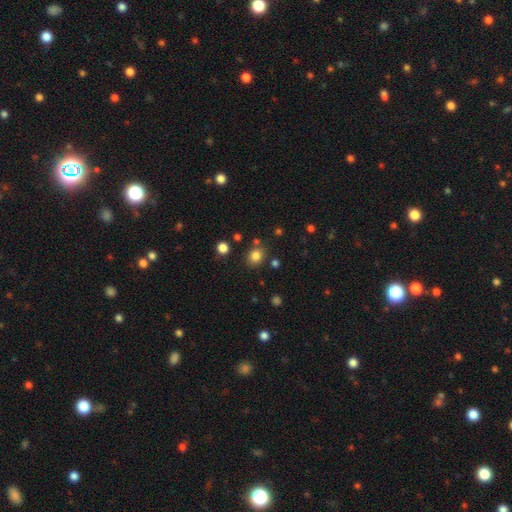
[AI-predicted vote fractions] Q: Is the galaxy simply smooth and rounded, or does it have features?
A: smooth — 81%.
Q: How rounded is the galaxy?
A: round — 71%.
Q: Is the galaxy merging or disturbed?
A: none — 80%.